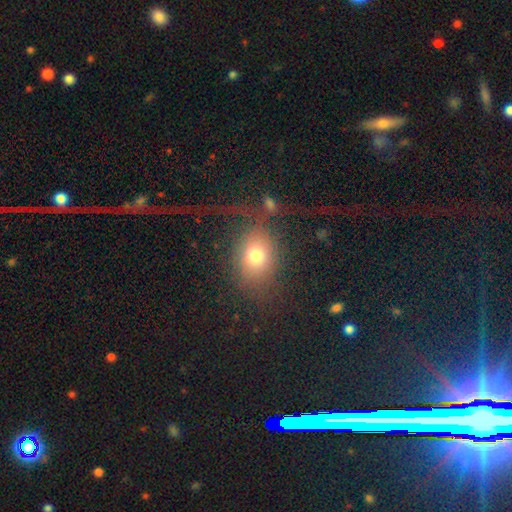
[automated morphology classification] A smooth galaxy with no disk features (70%) that is in between round and cigar-shaped (52%). Merging: none (47%).